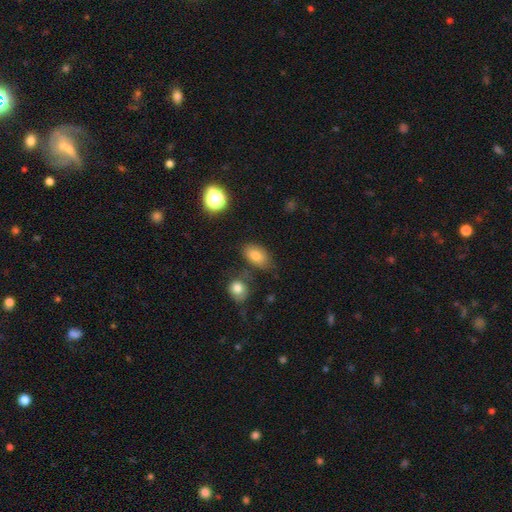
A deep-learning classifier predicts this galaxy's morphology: Q: Smooth or featured?
A: smooth (78%); runner-up: featured or disk (11%)
Q: How rounded?
A: in between (89%); runner-up: round (9%)
Q: Merging?
A: none (70%); runner-up: minor disturbance (17%)